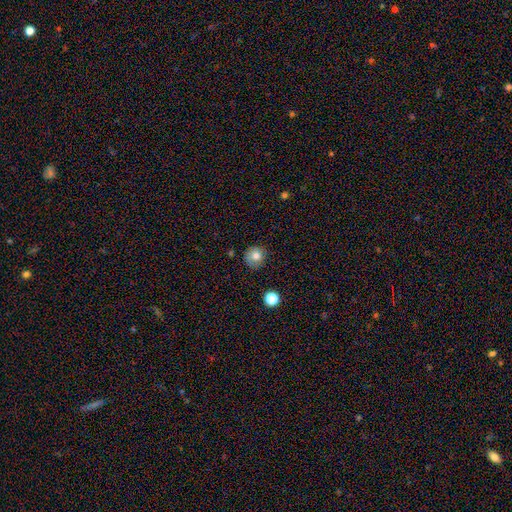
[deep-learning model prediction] This is likely a smooth galaxy (77%). How rounded: clearly round (86%). Merging: likely none (75%).